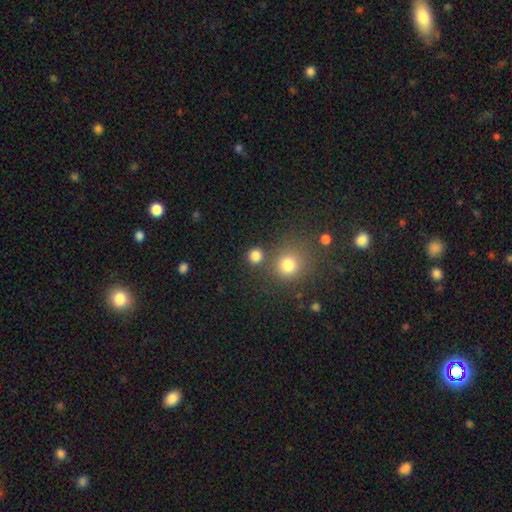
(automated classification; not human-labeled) smooth 81%, star or artifact 14%, featured or disk 4%. Down the decision tree: how rounded — round (91%); merging — none (79%).